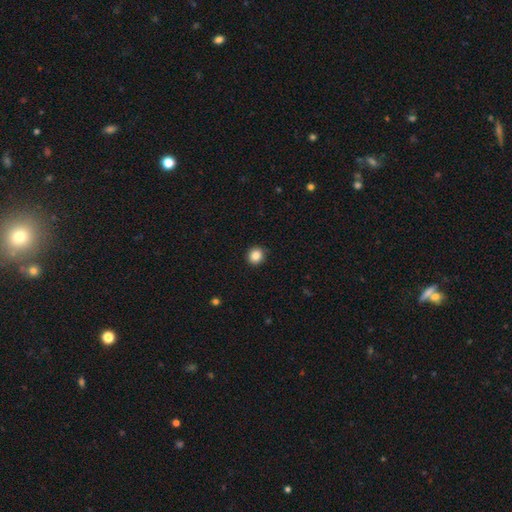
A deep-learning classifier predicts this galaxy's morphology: This is clearly a smooth galaxy (86%). How rounded: clearly round (88%). Merging: clearly none (91%).